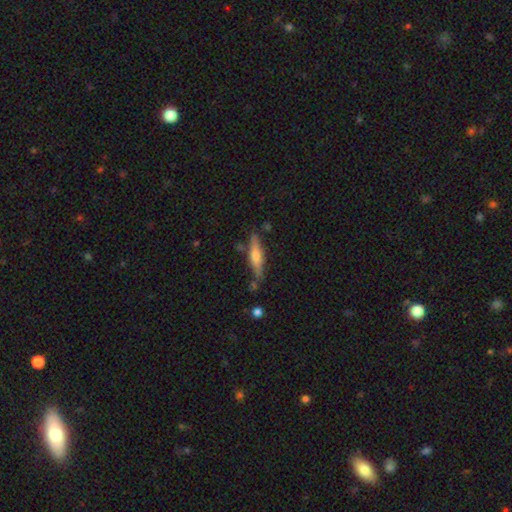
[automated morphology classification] Smooth or featured: featured or disk — 55% (smooth — 38%)
Edge-on disk: yes — 94% (no — 6%)
Edge-on bulge: rounded — 77% (boxy — 14%)
Merging: none — 79% (minor disturbance — 14%)